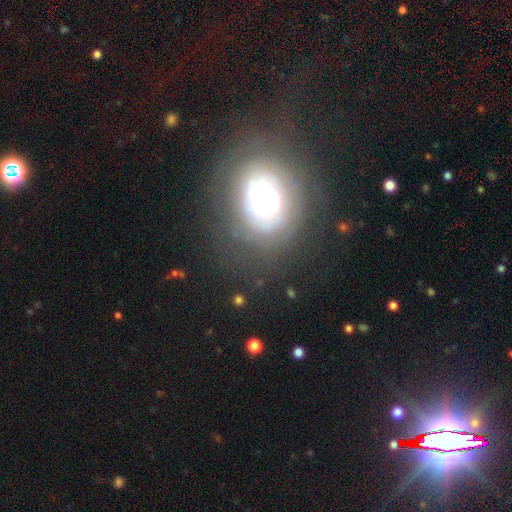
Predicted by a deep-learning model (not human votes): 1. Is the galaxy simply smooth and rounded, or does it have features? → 50% featured or disk, 33% smooth, 17% star or artifact.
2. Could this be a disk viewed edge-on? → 95% no, 5% yes.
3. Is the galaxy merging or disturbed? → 74% none, 14% minor disturbance, 10% major disturbance, 2% merger.